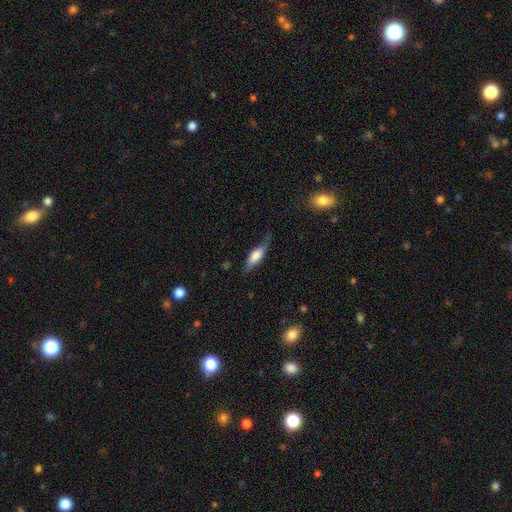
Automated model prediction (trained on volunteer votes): smooth-or-featured: smooth: 66% | featured or disk: 28% | star or artifact: 6%
  how-rounded: in between: 57% | cigar-shaped: 41% | round: 3%
  merging: none: 59% | minor disturbance: 29% | major disturbance: 9% | merger: 2%